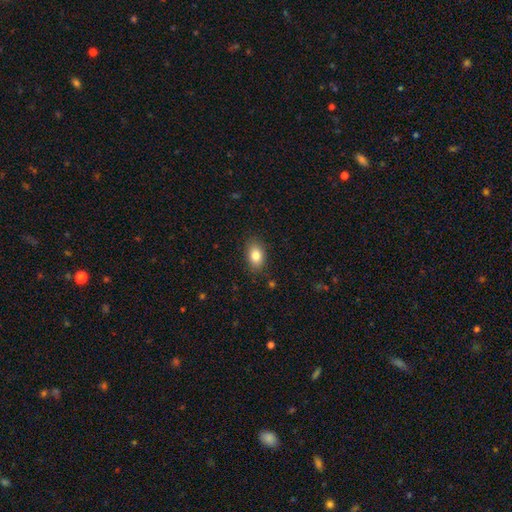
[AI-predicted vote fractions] Smooth or featured? Predicted: smooth (p=0.83). How rounded? Predicted: in between (p=0.85). Merging? Predicted: none (p=0.86).